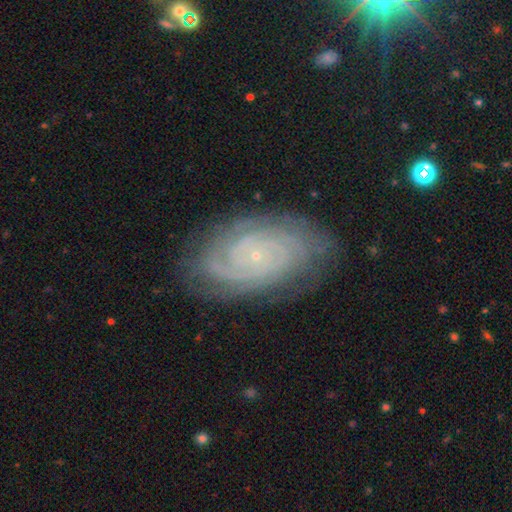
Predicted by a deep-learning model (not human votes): This appears to be a featured or disk galaxy (86%) with no bar (81%), 2 (28%) tight (82%) spiral arms (97%) and a small central bulge (89%). Merging: none (80%).